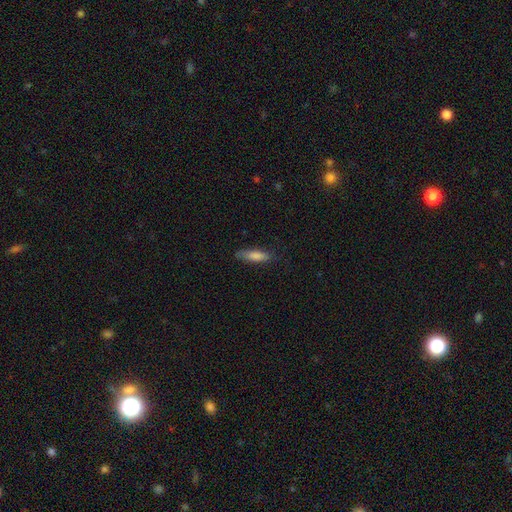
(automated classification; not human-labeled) Smooth or featured? smooth (74%)
How rounded? cigar-shaped (67%)
Merging? none (81%)